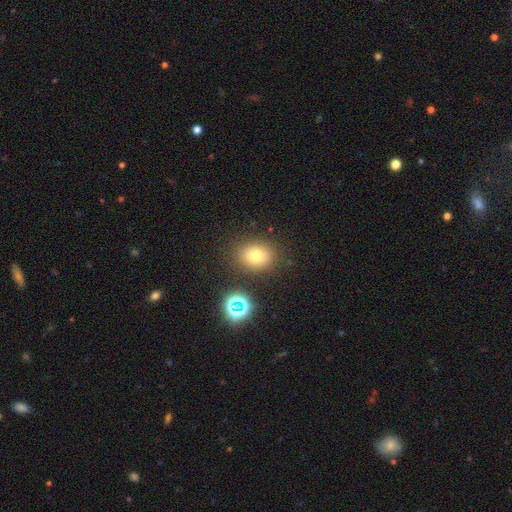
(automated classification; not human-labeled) Smooth or featured? Predicted: smooth (p=0.72). How rounded? Predicted: round (p=0.54). Merging? Predicted: none (p=0.83).